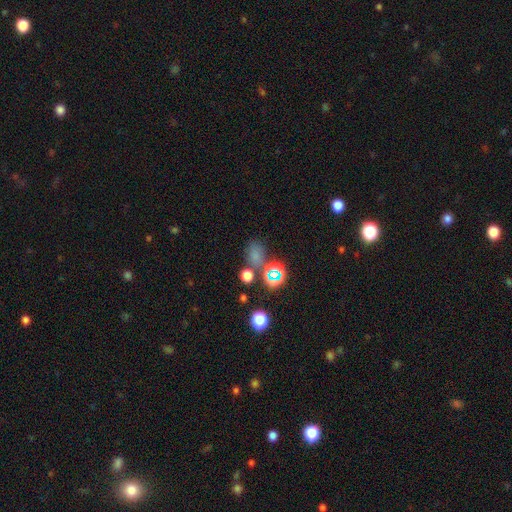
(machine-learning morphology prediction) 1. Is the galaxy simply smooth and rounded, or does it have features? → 61% smooth, 31% star or artifact, 8% featured or disk.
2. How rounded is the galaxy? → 59% in between, 39% round, 2% cigar-shaped.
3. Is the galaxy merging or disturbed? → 58% none, 21% merger, 14% minor disturbance, 7% major disturbance.